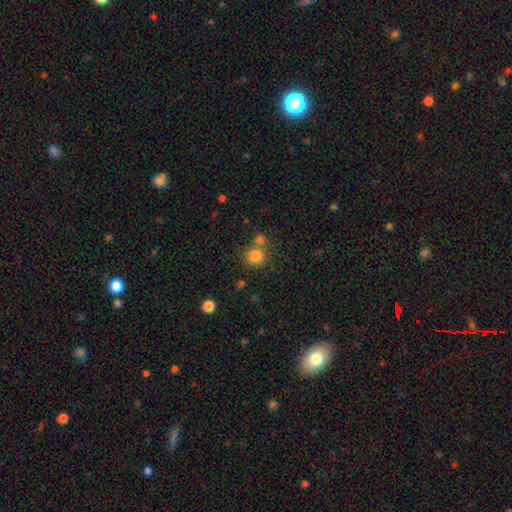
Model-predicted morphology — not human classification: Q: Smooth or featured?
A: smooth (82%); runner-up: star or artifact (12%)
Q: How rounded?
A: round (86%); runner-up: in between (13%)
Q: Merging?
A: none (62%); runner-up: merger (24%)